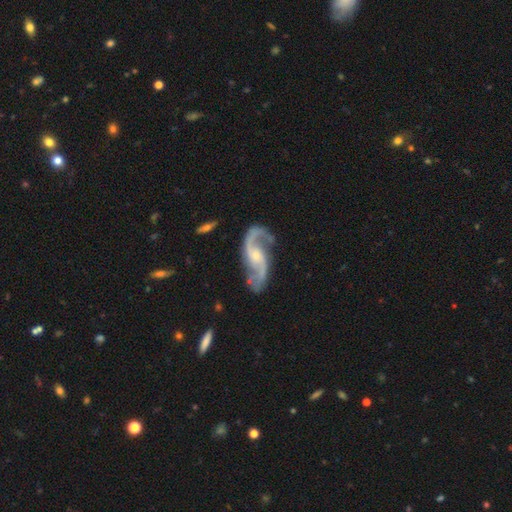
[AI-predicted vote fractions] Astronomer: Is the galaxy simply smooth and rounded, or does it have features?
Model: featured or disk — 92%.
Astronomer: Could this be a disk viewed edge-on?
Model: no — 97%.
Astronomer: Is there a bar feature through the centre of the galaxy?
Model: no — 53% (runner-up: weak, 37%).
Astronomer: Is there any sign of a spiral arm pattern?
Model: yes — 98%.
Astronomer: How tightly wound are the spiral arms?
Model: loose — 59%.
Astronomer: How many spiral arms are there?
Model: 2 — 93%.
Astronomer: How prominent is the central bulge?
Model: small — 57%.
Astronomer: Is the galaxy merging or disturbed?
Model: none — 70%.